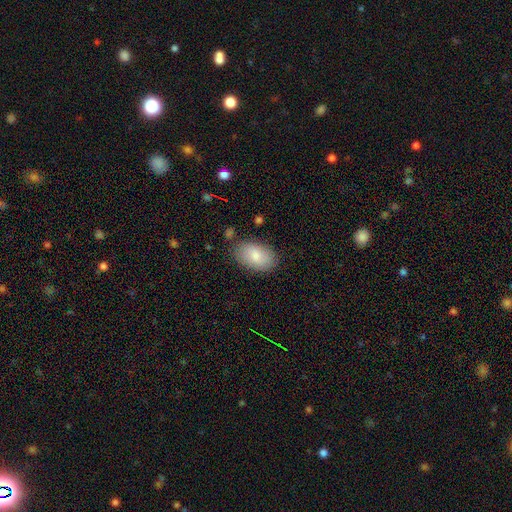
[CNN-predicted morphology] smooth 81%, featured or disk 13%, star or artifact 6%. Down the decision tree: how rounded — in between (91%); merging — none (81%).